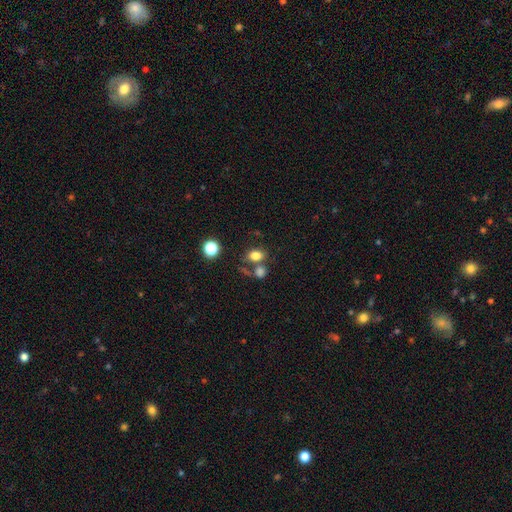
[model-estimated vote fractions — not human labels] smooth 78%, star or artifact 12%, featured or disk 9%. Down the decision tree: how rounded — in between (71%); merging — none (53%).